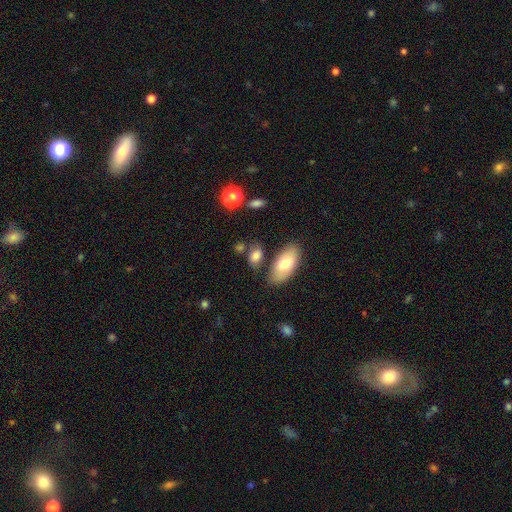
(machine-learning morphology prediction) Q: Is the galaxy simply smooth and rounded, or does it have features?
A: smooth — 81%.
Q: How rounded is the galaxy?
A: in between — 81%.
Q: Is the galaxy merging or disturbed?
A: none — 65%.